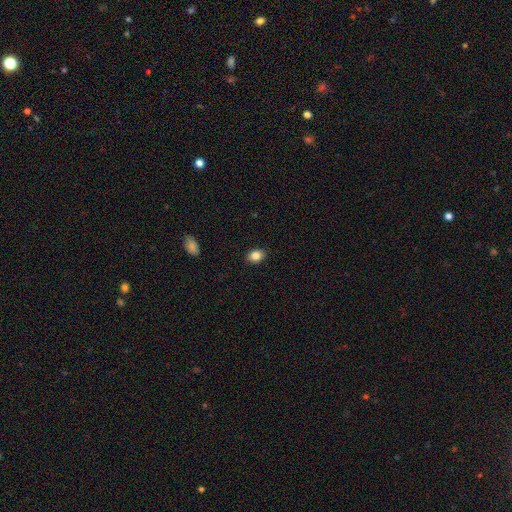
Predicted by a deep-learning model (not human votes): Smooth or featured?
  - smooth: 85% *
  - star or artifact: 9%
  - featured or disk: 6%
How rounded?
  - in between: 69% *
  - round: 30%
  - cigar-shaped: 1%
Merging?
  - none: 89% *
  - minor disturbance: 8%
  - major disturbance: 2%
  - merger: 1%